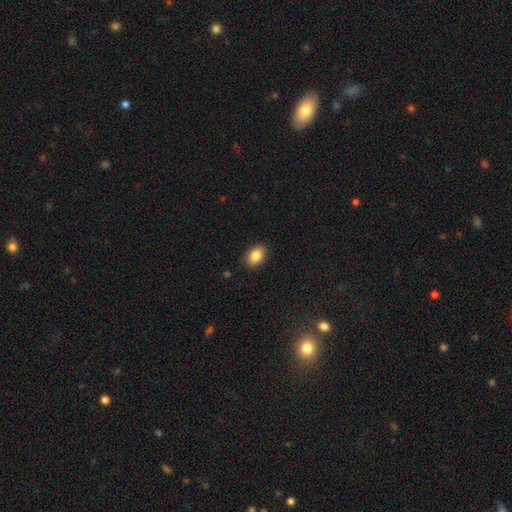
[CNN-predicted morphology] Q: Smooth or featured?
A: smooth (86%); runner-up: star or artifact (8%)
Q: How rounded?
A: in between (84%); runner-up: round (15%)
Q: Merging?
A: none (88%); runner-up: minor disturbance (9%)